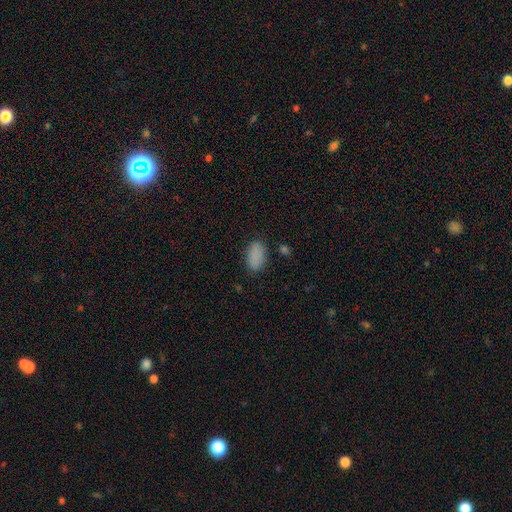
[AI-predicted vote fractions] Smooth or featured? Predicted: smooth (p=0.87). How rounded? Predicted: in between (p=0.93). Merging? Predicted: none (p=0.83).